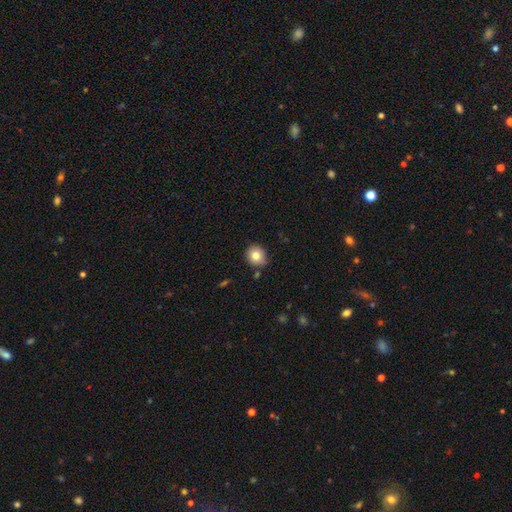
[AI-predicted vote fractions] Smooth or featured: smooth — 79% (featured or disk — 12%)
How rounded: round — 73% (in between — 26%)
Merging: none — 84% (minor disturbance — 11%)